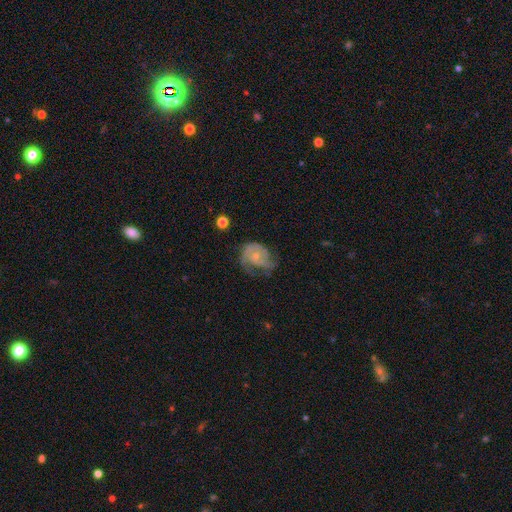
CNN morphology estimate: smooth-or-featured: featured or disk: 71% | smooth: 22% | star or artifact: 7%
  disk-edge-on: no: 98% | yes: 2%
    bar: no: 76% | weak: 20% | strong: 3%
    has-spiral-arms: yes: 87% | no: 13%
      spiral-winding: medium: 41% | tight: 40% | loose: 19%
      spiral-arm-count: 2: 43% | can't tell: 23% | 3: 15% | 1: 13% | 4: 3% | more than 4: 3%
    bulge-size: small: 68% | moderate: 26% | none: 4% | large: 1% | dominant: 1%
  merging: none: 44% | minor disturbance: 28% | major disturbance: 26% | merger: 2%